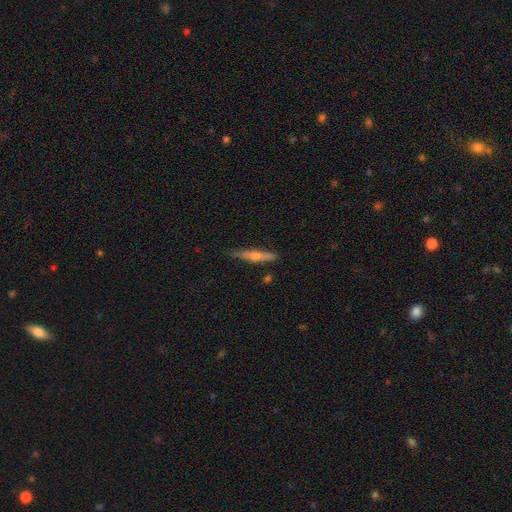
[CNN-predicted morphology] Overall: featured or disk (56%; smooth 38%). Edge-on disk: yes (95%). Edge-on bulge: rounded (86%). Merging: none (83%).